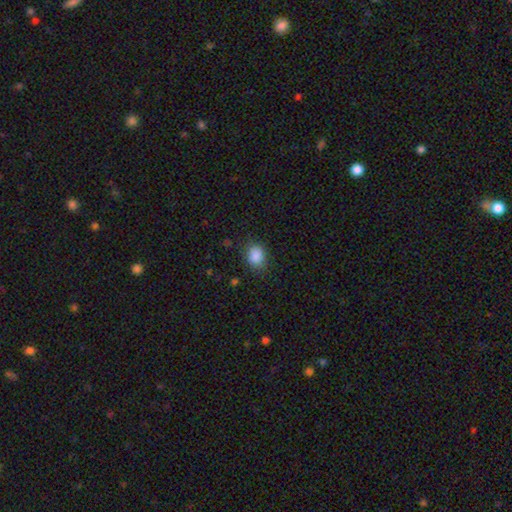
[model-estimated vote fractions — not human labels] smooth-or-featured: smooth: 87% | star or artifact: 9% | featured or disk: 3%
  how-rounded: round: 50% | in between: 49% | cigar-shaped: 1%
  merging: none: 82% | minor disturbance: 13% | major disturbance: 4% | merger: 1%